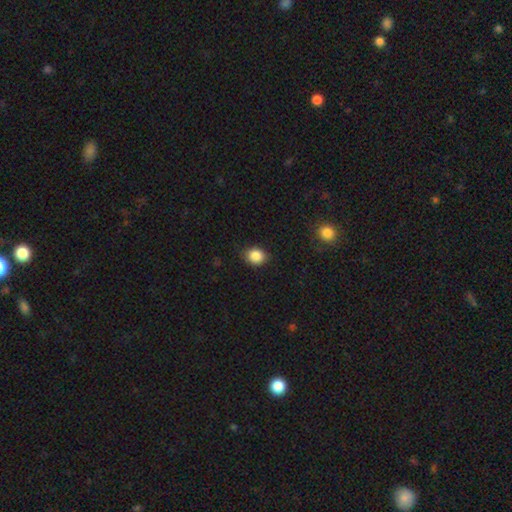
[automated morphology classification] Q: Smooth or featured?
A: smooth (87%); runner-up: star or artifact (9%)
Q: How rounded?
A: round (63%); runner-up: in between (36%)
Q: Merging?
A: none (83%); runner-up: minor disturbance (13%)